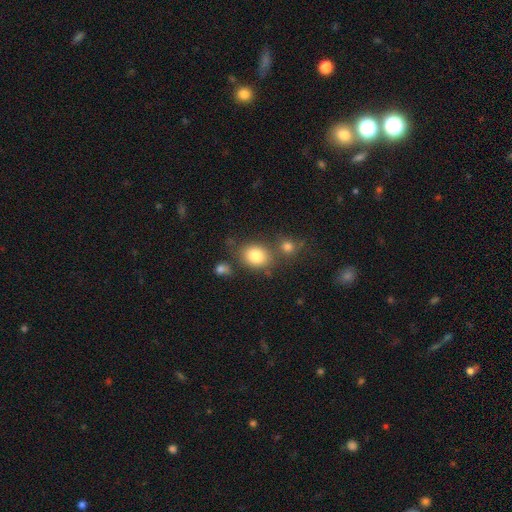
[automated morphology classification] Smooth or featured: smooth — 82% (star or artifact — 10%)
How rounded: round — 52% (in between — 47%)
Merging: none — 65% (merger — 17%)